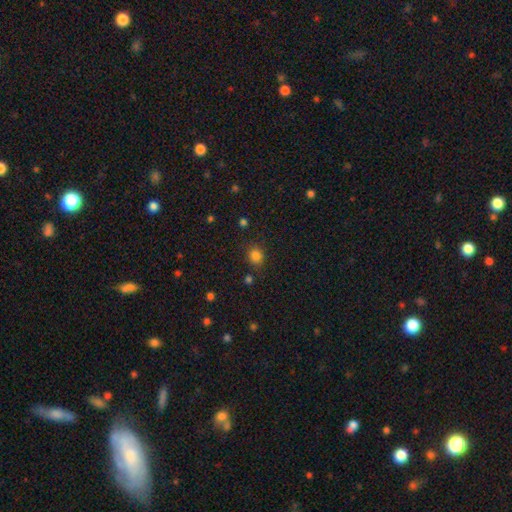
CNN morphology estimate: smooth_or_featured: smooth (p=0.82) [alt: star or artifact p=0.13]
how_rounded: round (p=0.73) [alt: in between p=0.26]
merging: none (p=0.81) [alt: minor disturbance p=0.12]